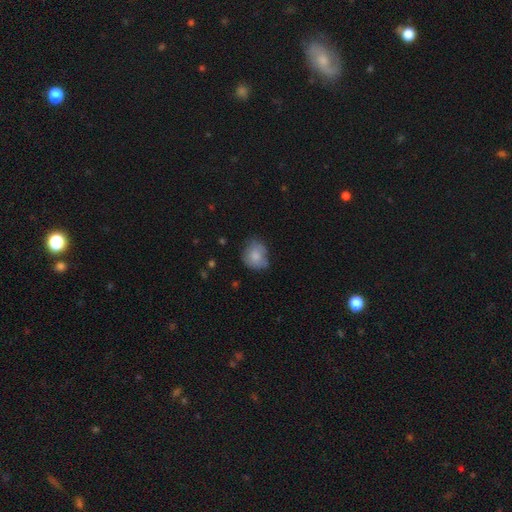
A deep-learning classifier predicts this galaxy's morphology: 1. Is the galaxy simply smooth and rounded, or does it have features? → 74% smooth, 18% featured or disk, 8% star or artifact.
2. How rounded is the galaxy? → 65% round, 34% in between, 1% cigar-shaped.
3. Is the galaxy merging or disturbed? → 57% none, 31% minor disturbance, 10% major disturbance, 2% merger.